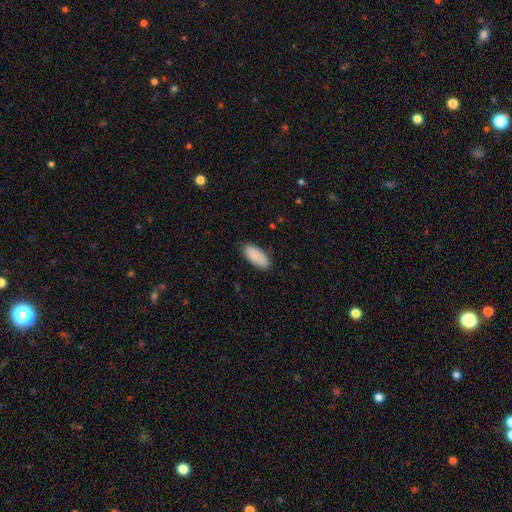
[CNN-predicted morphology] Smooth or featured?
  - smooth: 88% *
  - star or artifact: 6%
  - featured or disk: 6%
How rounded?
  - in between: 90% *
  - cigar-shaped: 8%
  - round: 2%
Merging?
  - none: 85% *
  - minor disturbance: 12%
  - major disturbance: 2%
  - merger: 1%